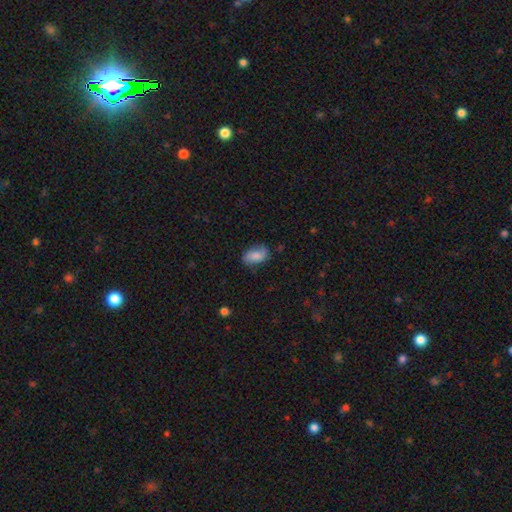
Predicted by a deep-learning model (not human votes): Smooth or featured: smooth — 74% (featured or disk — 19%)
How rounded: in between — 90% (round — 8%)
Merging: none — 69% (minor disturbance — 24%)